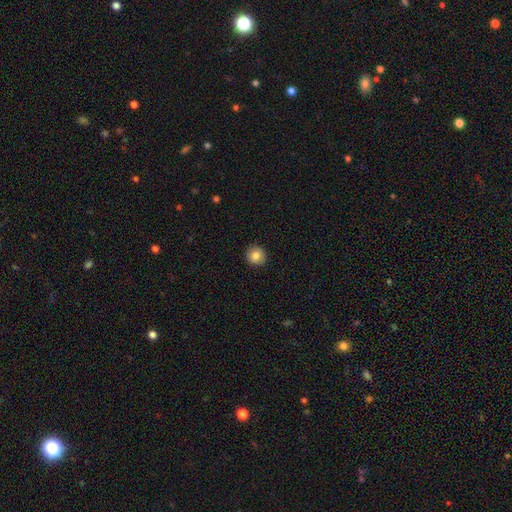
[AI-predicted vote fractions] smooth-or-featured: smooth: 84% | star or artifact: 9% | featured or disk: 7%
  how-rounded: round: 91% | in between: 8% | cigar-shaped: 1%
  merging: none: 91% | minor disturbance: 6% | major disturbance: 2% | merger: 1%